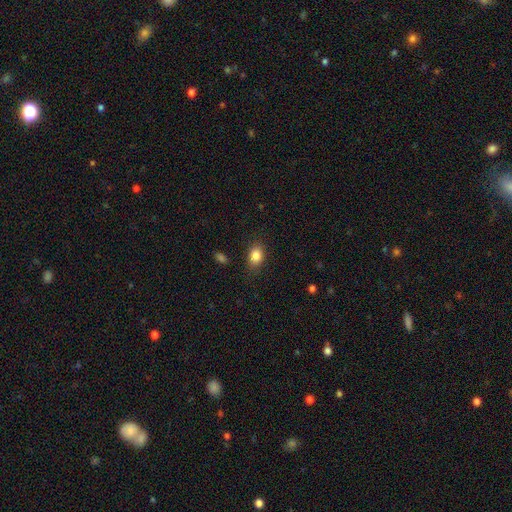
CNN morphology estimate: Q: Smooth or featured?
A: smooth (85%); runner-up: star or artifact (9%)
Q: How rounded?
A: in between (75%); runner-up: round (23%)
Q: Merging?
A: none (83%); runner-up: minor disturbance (12%)